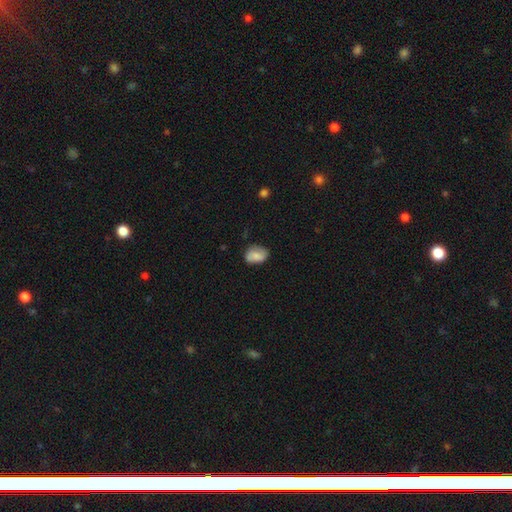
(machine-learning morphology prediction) A smooth galaxy with no disk features (73%) that is in between round and cigar-shaped (75%). Merging: none (66%).